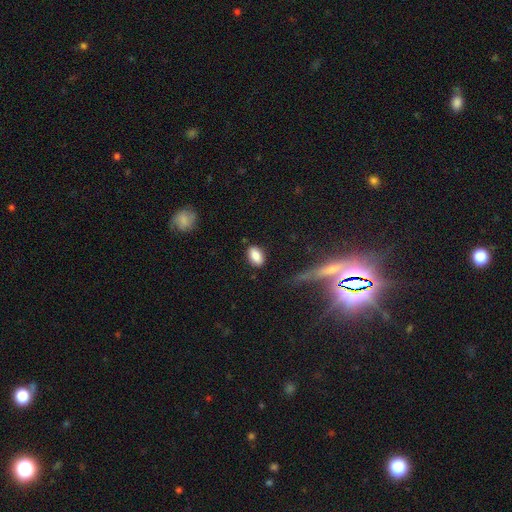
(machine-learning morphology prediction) This appears to be a smooth galaxy with no disk features (85%) that is in between round and cigar-shaped (91%). Merging: none (84%).